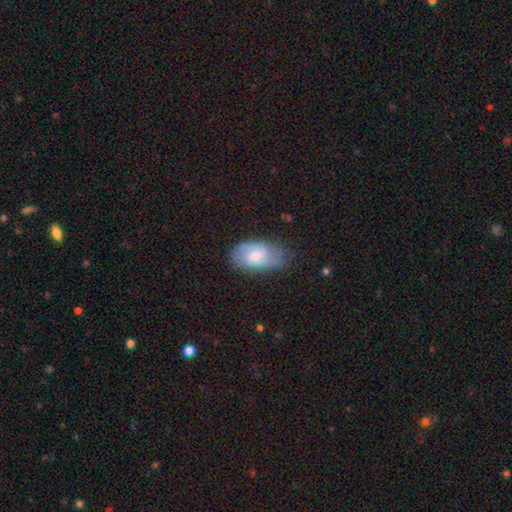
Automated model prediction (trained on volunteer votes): smooth-or-featured: smooth: 49% | featured or disk: 44% | star or artifact: 7%
  merging: none: 59% | minor disturbance: 30% | major disturbance: 10% | merger: 2%